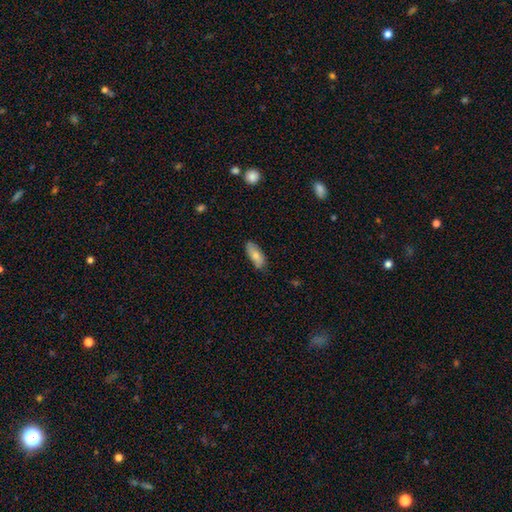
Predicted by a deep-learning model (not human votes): Smooth or featured?
  - smooth: 75% *
  - featured or disk: 19%
  - star or artifact: 6%
How rounded?
  - in between: 82% *
  - cigar-shaped: 15%
  - round: 2%
Merging?
  - none: 77% *
  - minor disturbance: 19%
  - major disturbance: 3%
  - merger: 2%